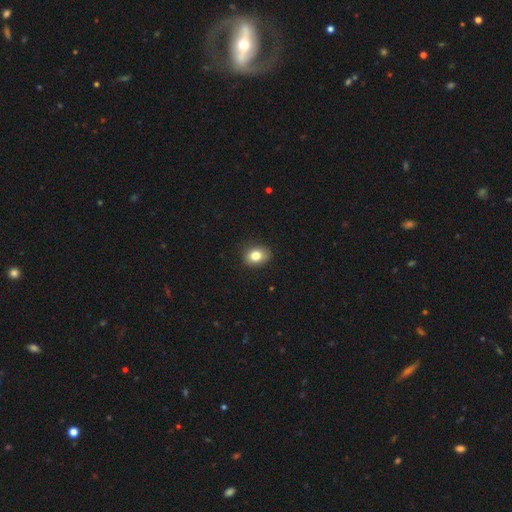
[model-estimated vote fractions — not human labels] Overall: smooth (82%). How rounded: in between (56%; round 43%). Merging: none (86%).